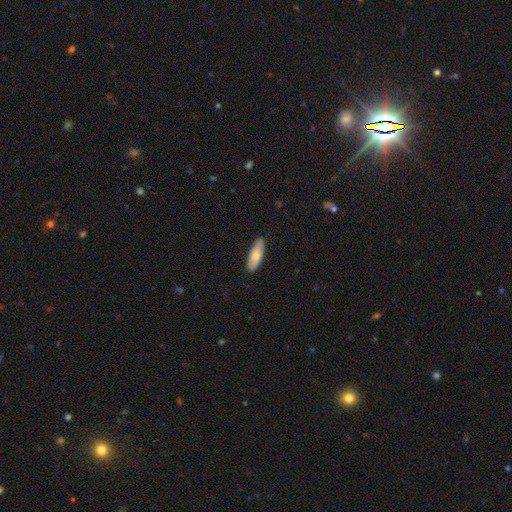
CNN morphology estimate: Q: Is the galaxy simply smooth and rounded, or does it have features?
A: smooth — 73%.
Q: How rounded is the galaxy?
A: in between — 59%.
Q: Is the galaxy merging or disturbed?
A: none — 90%.